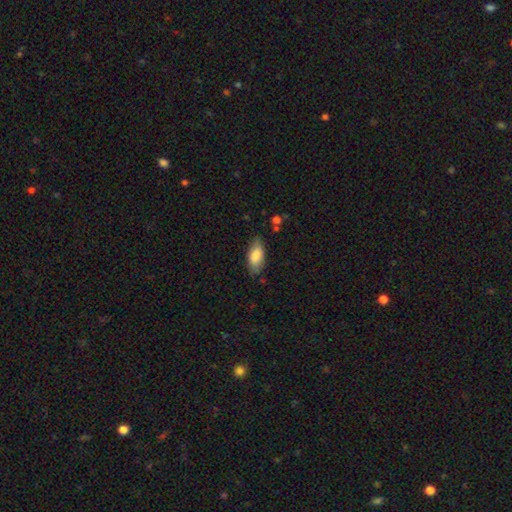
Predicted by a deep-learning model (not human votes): Smooth or featured? Predicted: smooth (p=0.83). How rounded? Predicted: in between (p=0.86). Merging? Predicted: none (p=0.75).